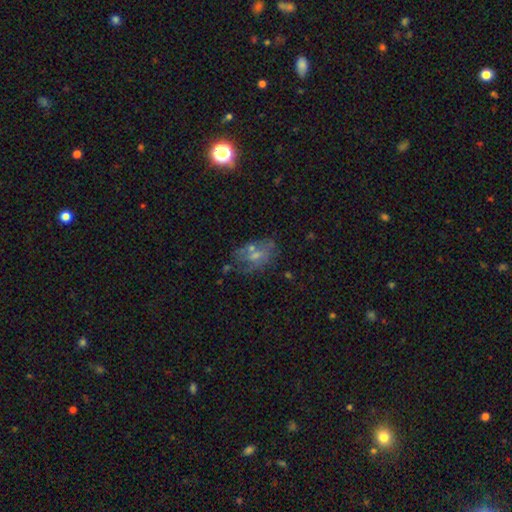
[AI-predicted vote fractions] Morphology: type=featured or disk (43%); merging=none (52%).